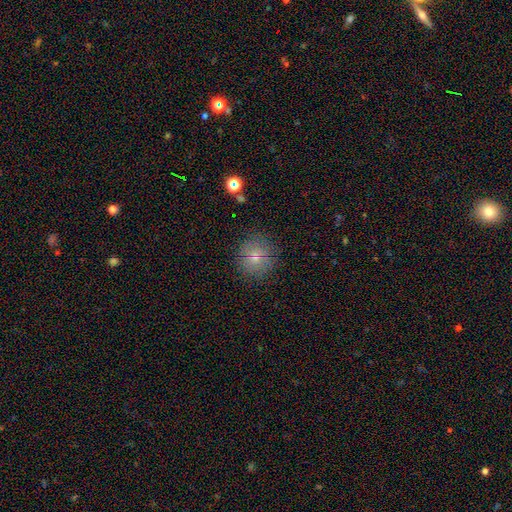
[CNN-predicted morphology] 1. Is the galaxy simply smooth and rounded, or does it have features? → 69% smooth, 16% featured or disk, 15% star or artifact.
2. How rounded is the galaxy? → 90% round, 9% in between, 1% cigar-shaped.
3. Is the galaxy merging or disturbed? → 82% none, 12% minor disturbance, 4% major disturbance, 2% merger.